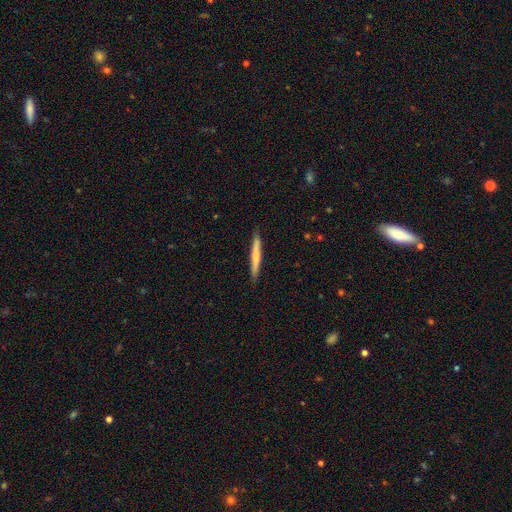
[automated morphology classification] Overall: smooth (61%; featured or disk 34%). How rounded: cigar-shaped (96%). Merging: none (89%).